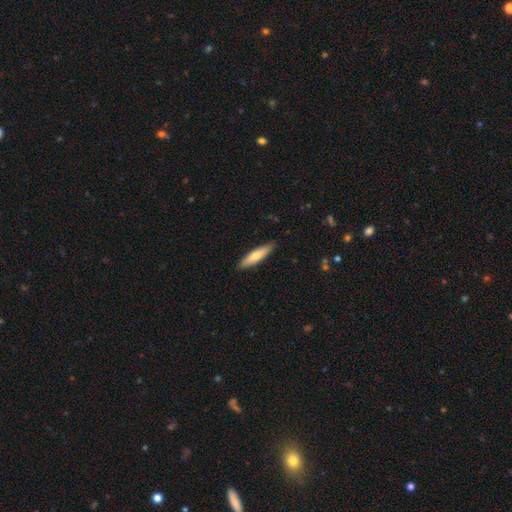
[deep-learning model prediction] The model was most divided on "smooth or featured": smooth: 67%, featured or disk: 28%, star or artifact: 5%. More confident: merging — none (89%); how rounded — cigar-shaped (77%).